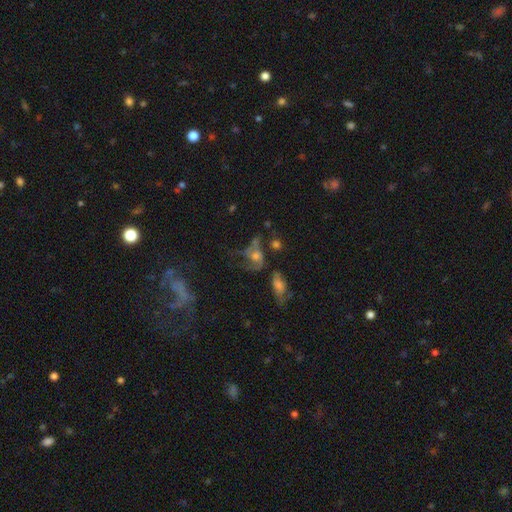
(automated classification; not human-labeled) This is possibly a featured or disk galaxy (46%). Merging: marginally none (34%).